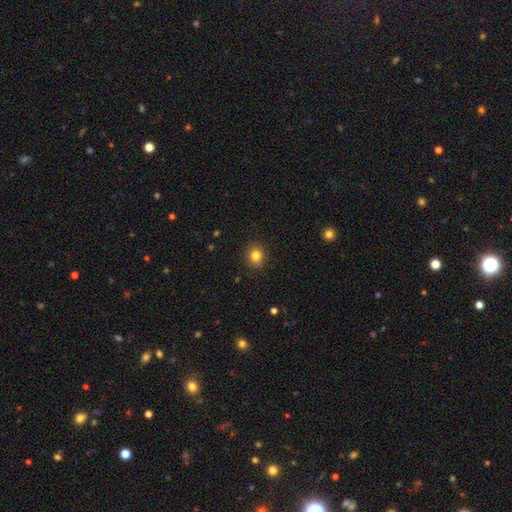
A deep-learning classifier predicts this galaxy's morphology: This is clearly a smooth galaxy (81%). How rounded: likely round (78%). Merging: clearly none (82%).